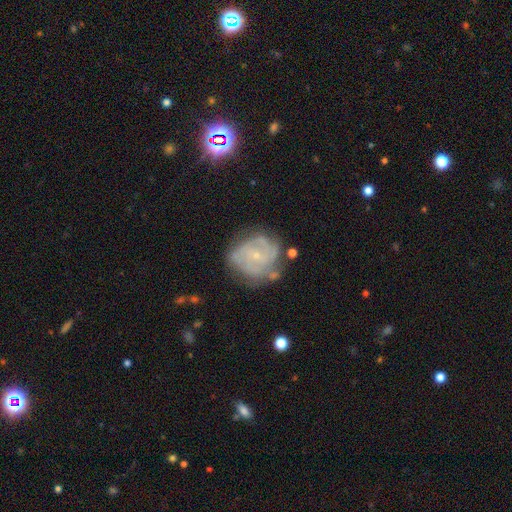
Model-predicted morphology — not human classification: This is likely a featured or disk galaxy (79%). It is clearly not viewed edge-on (98%). Bar: likely no (67%). Spiral arm pattern: clearly yes (91%). Spiral arm count: marginally can't tell (33%). Spiral winding: possibly tight (57%). Central bulge: clearly small (80%). Merging: likely none (63%).